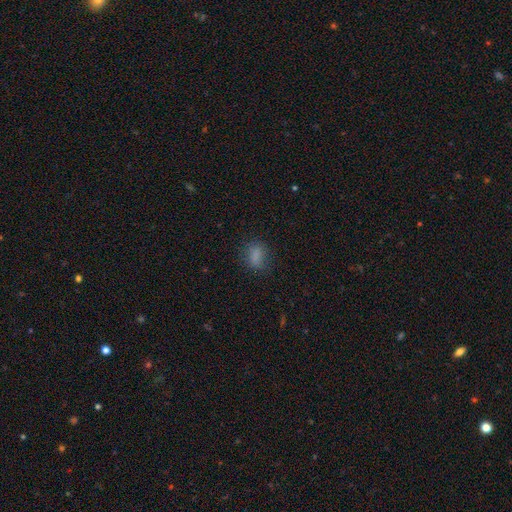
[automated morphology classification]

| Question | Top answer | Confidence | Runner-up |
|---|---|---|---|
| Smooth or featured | smooth | 80% | star or artifact (13%) |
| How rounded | in between | 66% | round (31%) |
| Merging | none | 76% | minor disturbance (16%) |